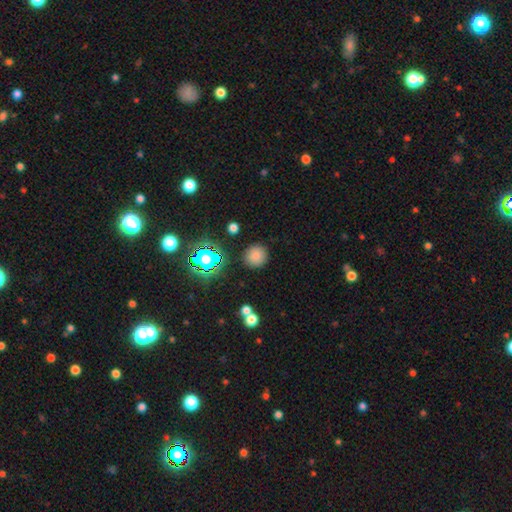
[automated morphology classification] Smooth or featured: smooth — 76% (star or artifact — 16%)
How rounded: round — 93% (in between — 6%)
Merging: none — 87% (minor disturbance — 7%)